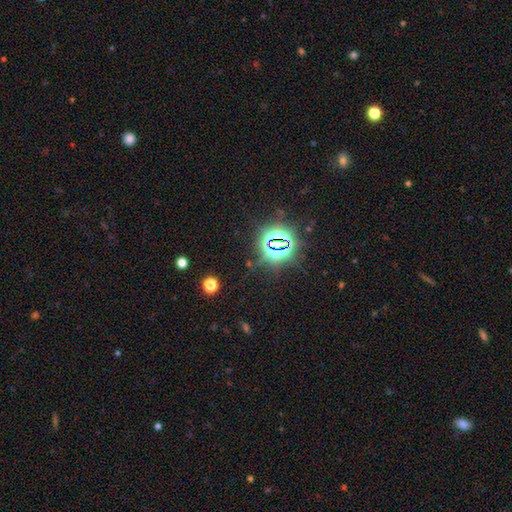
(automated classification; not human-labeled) Smooth or featured? star or artifact (84%)